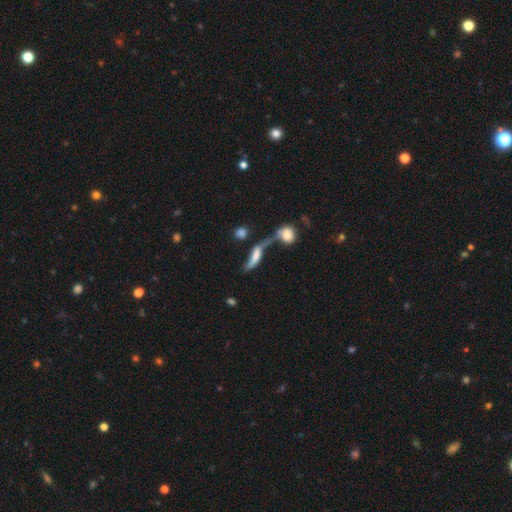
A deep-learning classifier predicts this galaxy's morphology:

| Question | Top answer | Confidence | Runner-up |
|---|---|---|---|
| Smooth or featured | featured or disk | 52% | smooth (39%) |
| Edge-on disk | no | 68% | yes (32%) |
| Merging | merger | 47% | none (24%) |